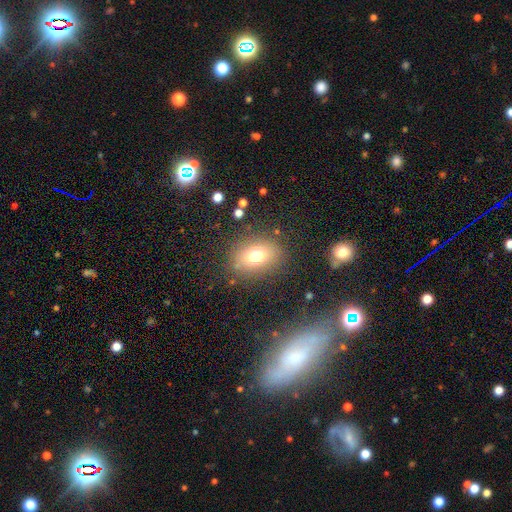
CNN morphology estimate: type=smooth (72%); roundness=in between (61%); merging=none (82%).